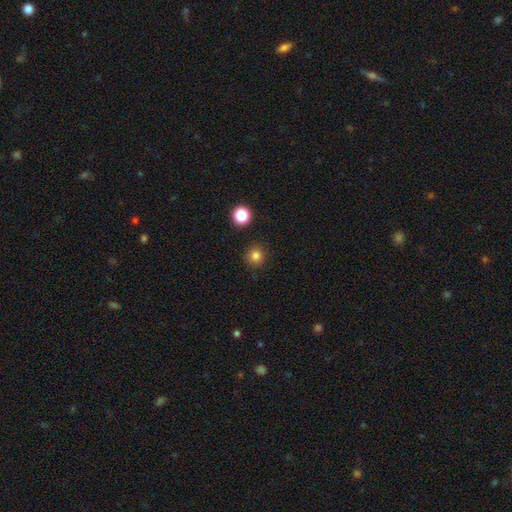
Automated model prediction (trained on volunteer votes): Smooth or featured: smooth — 82% (star or artifact — 14%)
How rounded: round — 94% (in between — 5%)
Merging: none — 89% (minor disturbance — 7%)